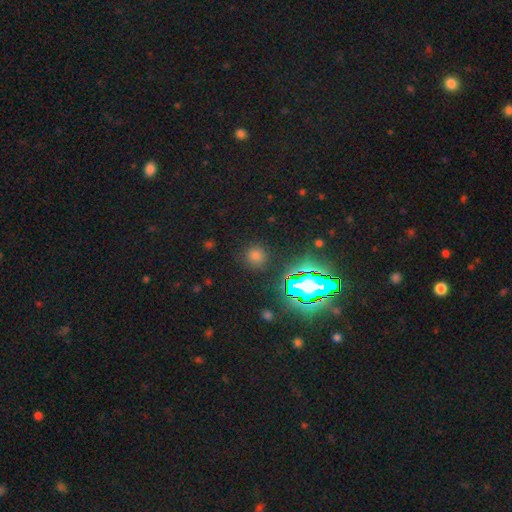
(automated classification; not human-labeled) Smooth or featured: smooth — 59% (star or artifact — 34%)
How rounded: round — 92% (in between — 7%)
Merging: none — 88% (minor disturbance — 7%)